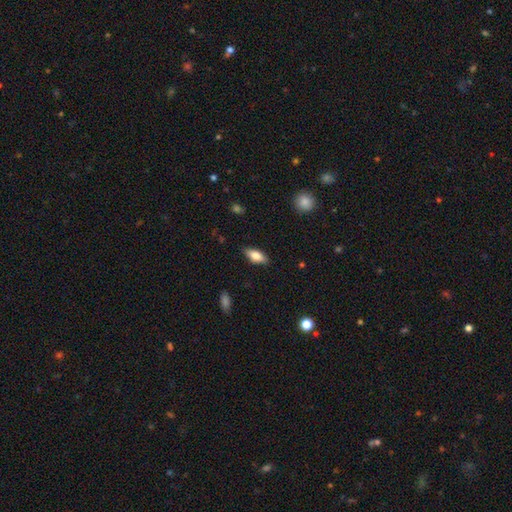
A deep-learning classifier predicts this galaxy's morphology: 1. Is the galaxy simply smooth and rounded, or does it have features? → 73% smooth, 20% featured or disk, 7% star or artifact.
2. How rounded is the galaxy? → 79% in between, 18% cigar-shaped, 3% round.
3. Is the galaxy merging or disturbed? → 85% none, 11% minor disturbance, 2% major disturbance, 1% merger.